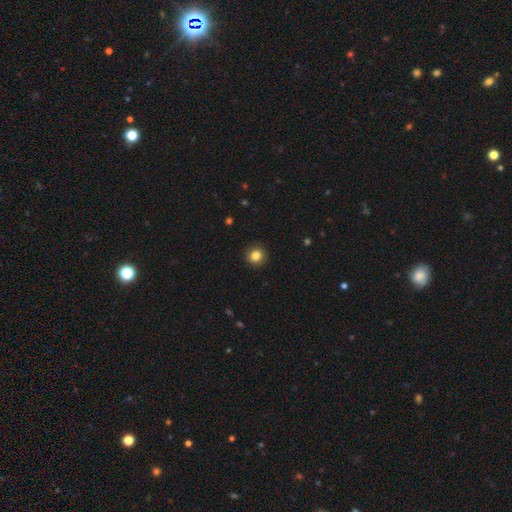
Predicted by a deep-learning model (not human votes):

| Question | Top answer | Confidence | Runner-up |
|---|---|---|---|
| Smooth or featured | smooth | 84% | star or artifact (10%) |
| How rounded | round | 92% | in between (7%) |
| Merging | none | 92% | minor disturbance (5%) |